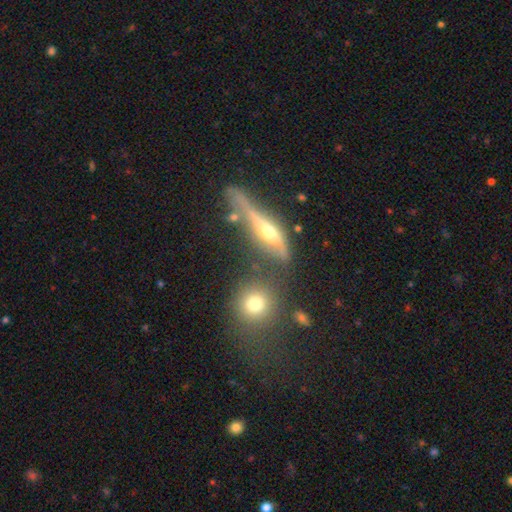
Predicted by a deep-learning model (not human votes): Smooth or featured?
  - featured or disk: 61% *
  - smooth: 27%
  - star or artifact: 12%
Edge-on disk?
  - yes: 81% *
  - no: 19%
Merging?
  - none: 46% *
  - merger: 30%
  - minor disturbance: 14%
  - major disturbance: 10%